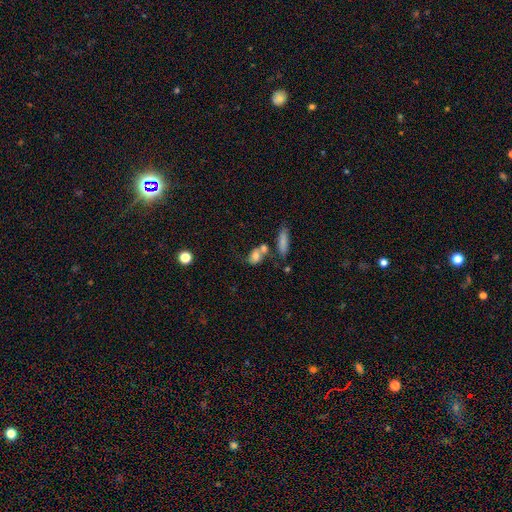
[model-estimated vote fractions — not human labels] This is likely a smooth galaxy (69%). How rounded: likely in between (62%). Merging: marginally none (38%).